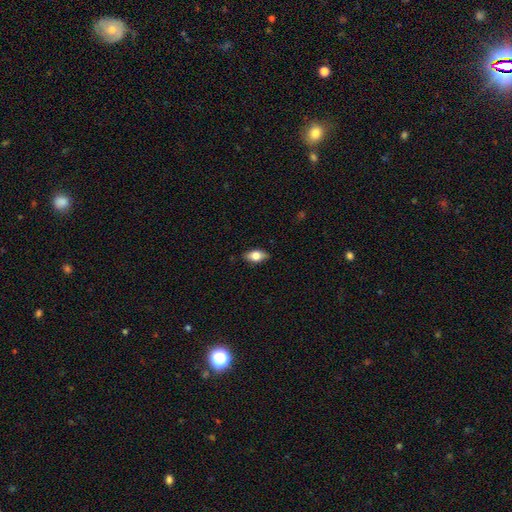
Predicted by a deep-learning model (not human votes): Smooth or featured? smooth (75%)
How rounded? in between (88%)
Merging? none (85%)